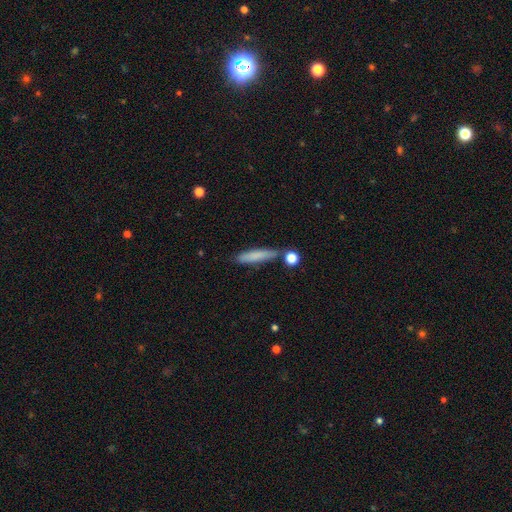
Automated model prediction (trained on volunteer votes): Smooth or featured?
  - smooth: 78% *
  - featured or disk: 15%
  - star or artifact: 7%
How rounded?
  - cigar-shaped: 87% *
  - in between: 11%
  - round: 2%
Merging?
  - none: 79% *
  - minor disturbance: 12%
  - merger: 6%
  - major disturbance: 3%